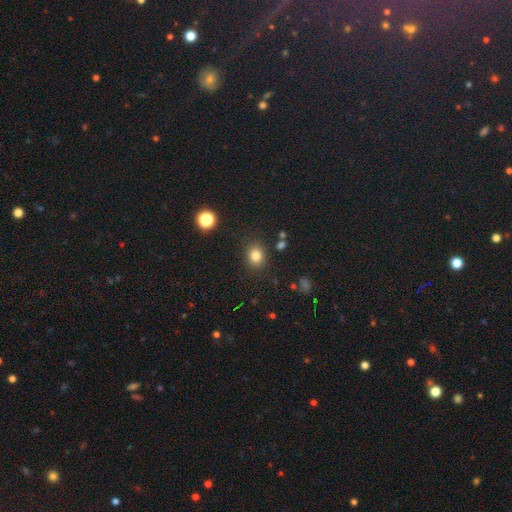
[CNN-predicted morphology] Q: Smooth or featured?
A: smooth (81%); runner-up: star or artifact (13%)
Q: How rounded?
A: round (63%); runner-up: in between (36%)
Q: Merging?
A: none (86%); runner-up: minor disturbance (9%)